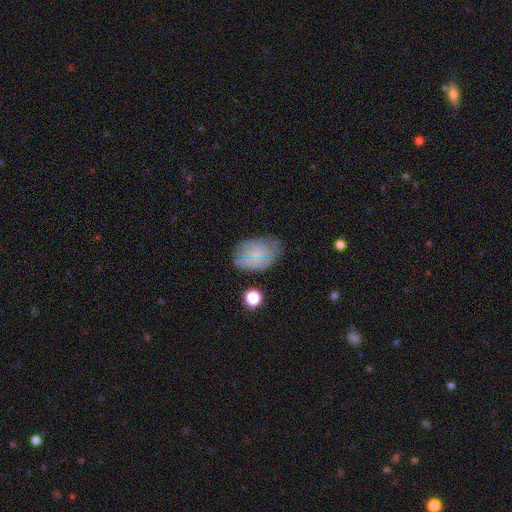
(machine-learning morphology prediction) type=smooth (51%); roundness=in between (81%); merging=none (58%).